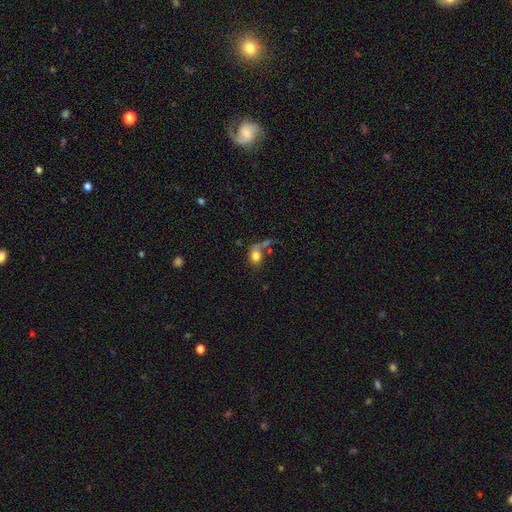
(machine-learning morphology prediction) Smooth or featured: smooth — 77% (featured or disk — 12%)
How rounded: round — 52% (in between — 47%)
Merging: none — 38% (merger — 31%)